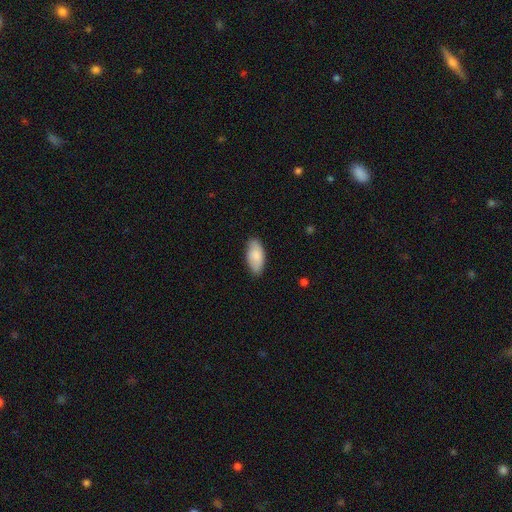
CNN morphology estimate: This appears to be a smooth galaxy with no disk features (84%) that is in between round and cigar-shaped (92%). Merging: none (80%).